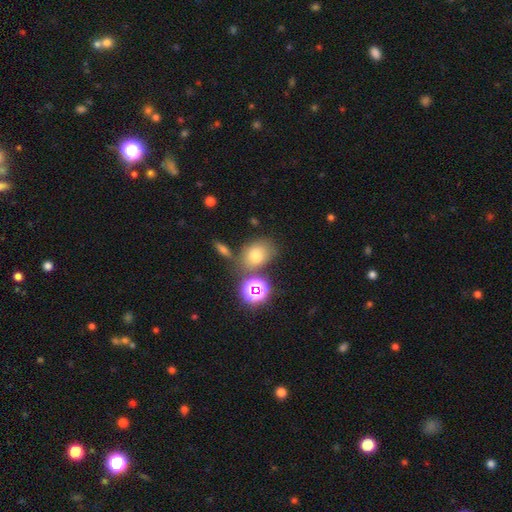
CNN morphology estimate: The model was most divided on "how rounded": in between: 57%, round: 42%, cigar-shaped: 1%. More confident: smooth or featured — smooth (67%); merging — none (63%).